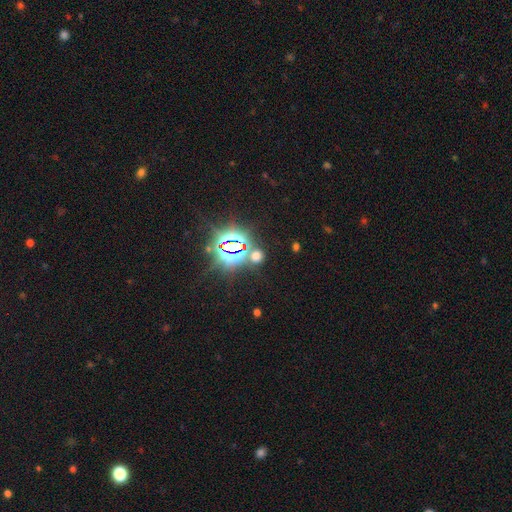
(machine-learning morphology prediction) The model was most divided on "smooth or featured": star or artifact: 54%, smooth: 39%, featured or disk: 7%.